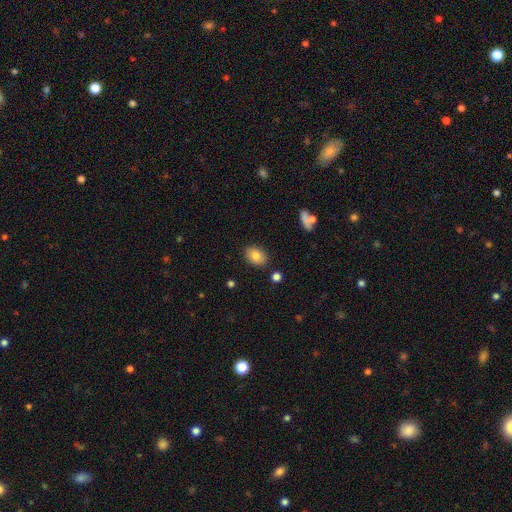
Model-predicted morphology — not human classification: smooth-or-featured: smooth: 83% | featured or disk: 9% | star or artifact: 9%
  how-rounded: in between: 76% | round: 22% | cigar-shaped: 1%
  merging: none: 86% | minor disturbance: 9% | major disturbance: 2% | merger: 2%